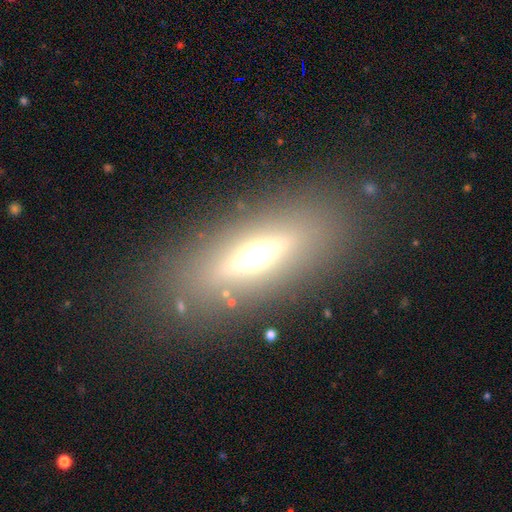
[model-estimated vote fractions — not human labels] smooth_or_featured: featured or disk (p=0.49) [alt: smooth p=0.38]
merging: none (p=0.83) [alt: minor disturbance p=0.10]